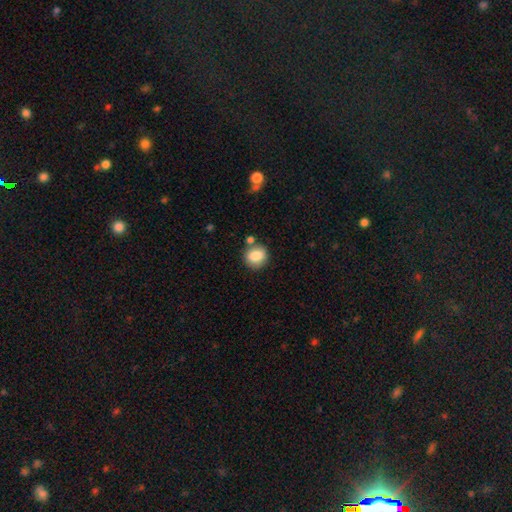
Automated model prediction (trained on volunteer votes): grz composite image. It shows a smooth galaxy with no disk features (84%) that is round (77%). Merging: none (75%).